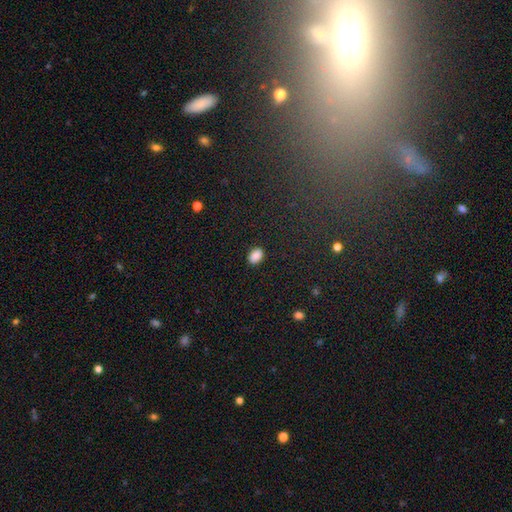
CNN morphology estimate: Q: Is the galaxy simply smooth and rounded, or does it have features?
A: smooth — 88%.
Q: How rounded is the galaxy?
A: in between — 84%.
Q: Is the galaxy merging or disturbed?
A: none — 87%.